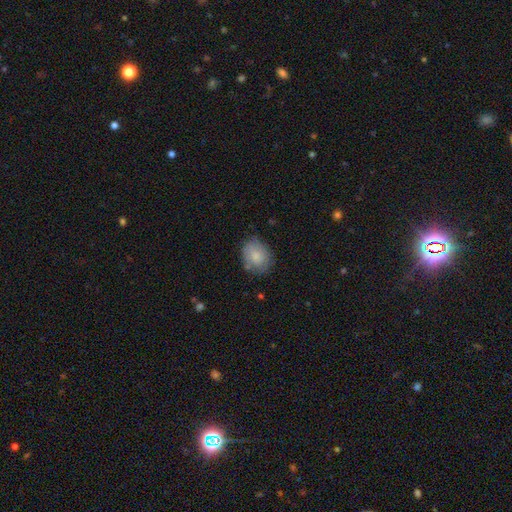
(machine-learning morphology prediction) Smooth or featured: smooth — 77% (featured or disk — 16%)
How rounded: round — 50% (in between — 49%)
Merging: none — 70% (minor disturbance — 22%)